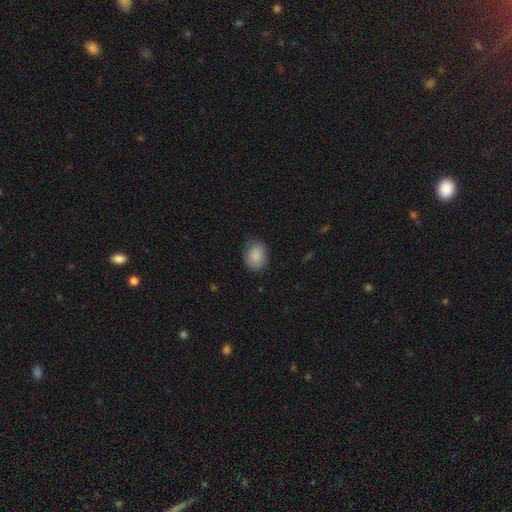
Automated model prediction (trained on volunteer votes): smooth_or_featured: smooth (p=0.88) [alt: star or artifact p=0.07]
how_rounded: in between (p=0.52) [alt: round p=0.47]
merging: none (p=0.77) [alt: minor disturbance p=0.18]